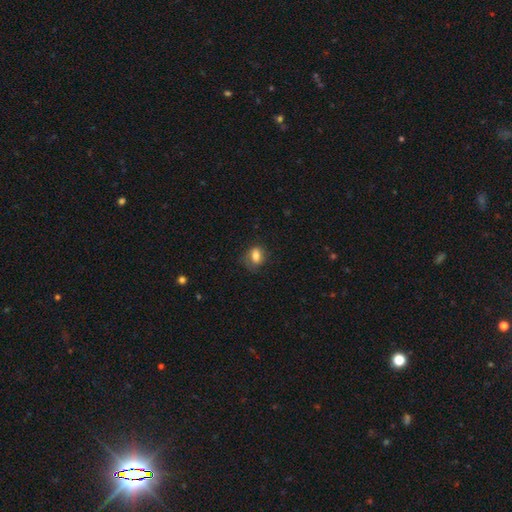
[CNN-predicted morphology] smooth 77%, featured or disk 13%, star or artifact 10%. Down the decision tree: how rounded — in between (70%); merging — none (63%).